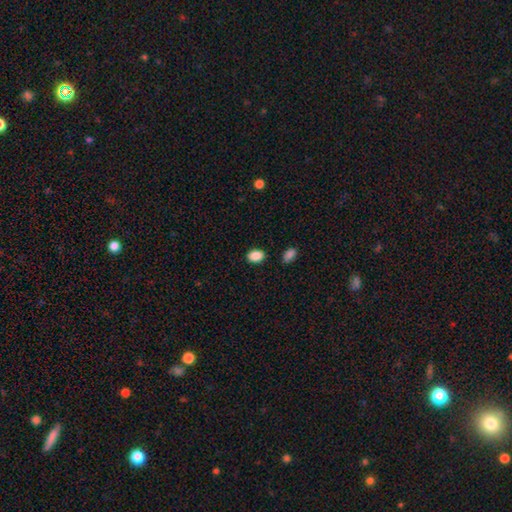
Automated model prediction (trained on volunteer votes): This is clearly a smooth galaxy (89%). How rounded: clearly in between (80%). Merging: clearly none (86%).